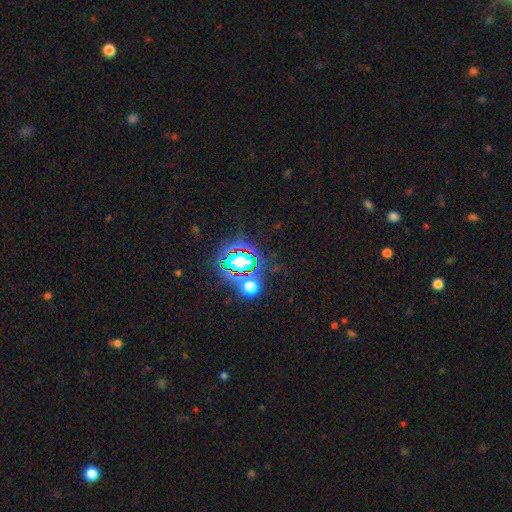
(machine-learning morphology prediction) Smooth or featured?
  - star or artifact: 83% *
  - smooth: 10%
  - featured or disk: 6%